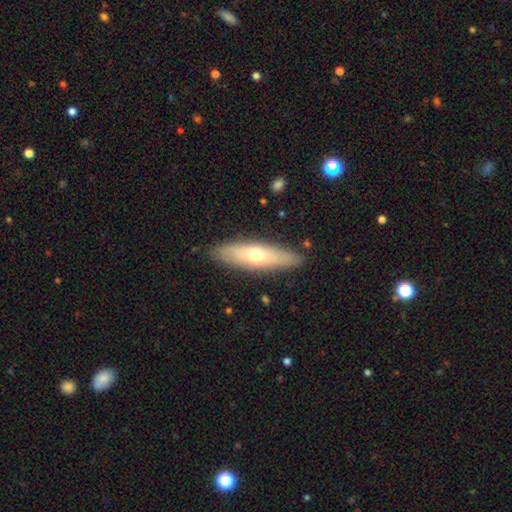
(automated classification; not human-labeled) Smooth or featured? Predicted: smooth (p=0.50). How rounded? Predicted: cigar-shaped (p=0.60). Merging? Predicted: none (p=0.88).